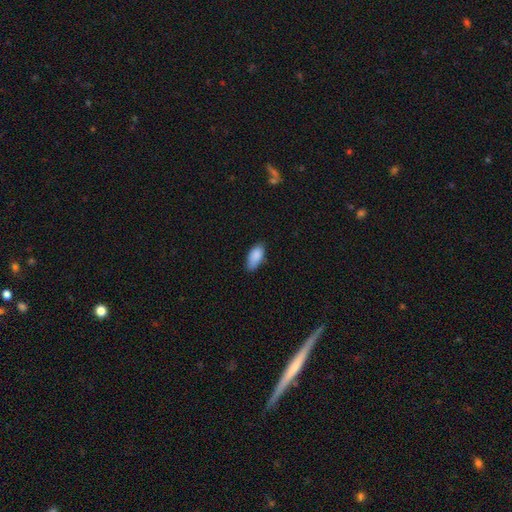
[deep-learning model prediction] This is clearly a smooth galaxy (88%). How rounded: clearly in between (90%). Merging: likely none (68%).